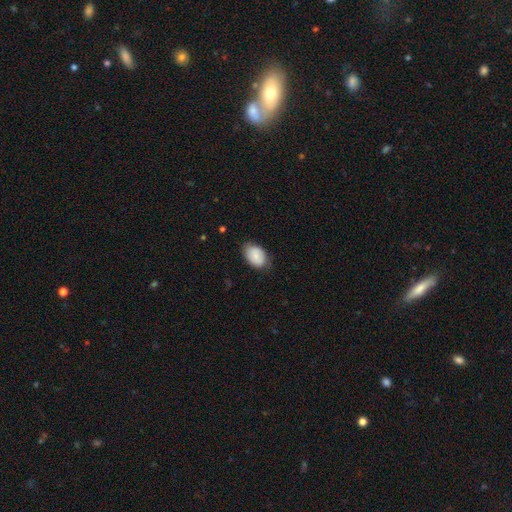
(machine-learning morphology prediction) type=smooth (83%); roundness=in between (86%); merging=none (74%).